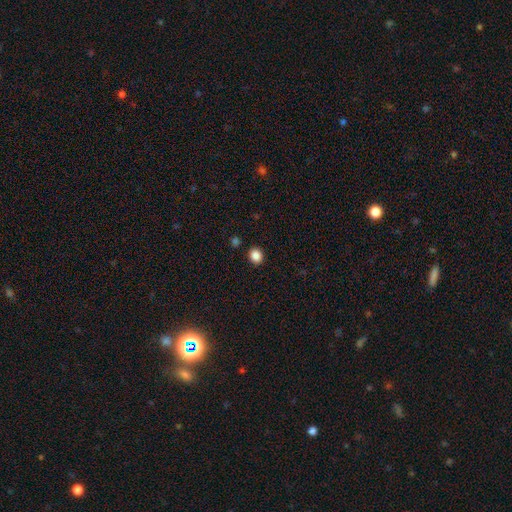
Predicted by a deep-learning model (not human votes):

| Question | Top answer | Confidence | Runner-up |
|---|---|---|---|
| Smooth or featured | smooth | 87% | star or artifact (10%) |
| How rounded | round | 65% | in between (35%) |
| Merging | none | 89% | minor disturbance (6%) |